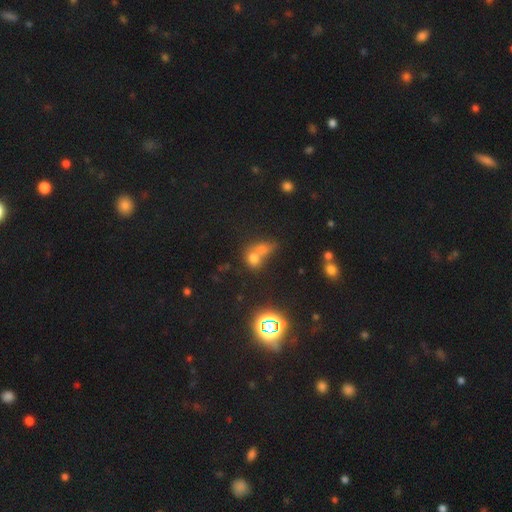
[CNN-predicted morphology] A smooth galaxy with no disk features (61%) that is round (54%).

Vote fractions:
- Smooth or featured? smooth: 61% / star or artifact: 25% / featured or disk: 14%
- How rounded? round: 54% / in between: 43% / cigar-shaped: 3%
- Merging? merger: 60% / none: 27% / minor disturbance: 8% / major disturbance: 5%